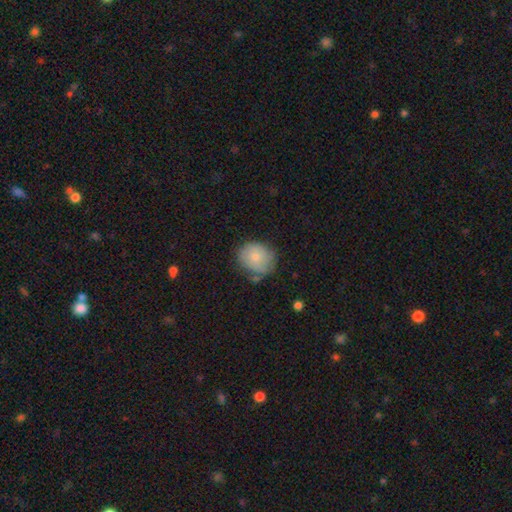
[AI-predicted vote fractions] The model was most divided on "merging": none: 63%, minor disturbance: 26%, major disturbance: 6%, merger: 5%. More confident: smooth or featured — smooth (76%); how rounded — round (69%).